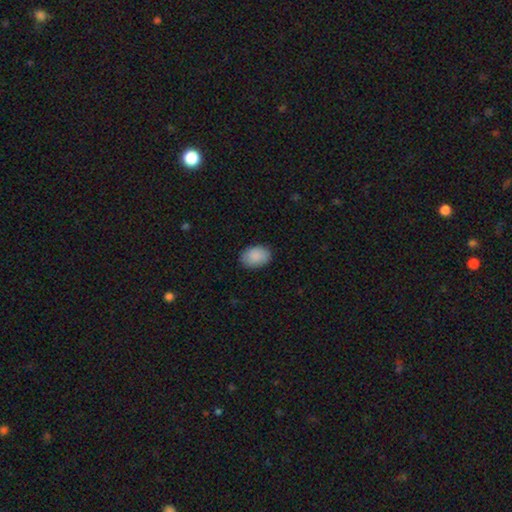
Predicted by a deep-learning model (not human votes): Smooth or featured: smooth — 90% (star or artifact — 7%)
How rounded: in between — 82% (round — 17%)
Merging: none — 87% (minor disturbance — 10%)